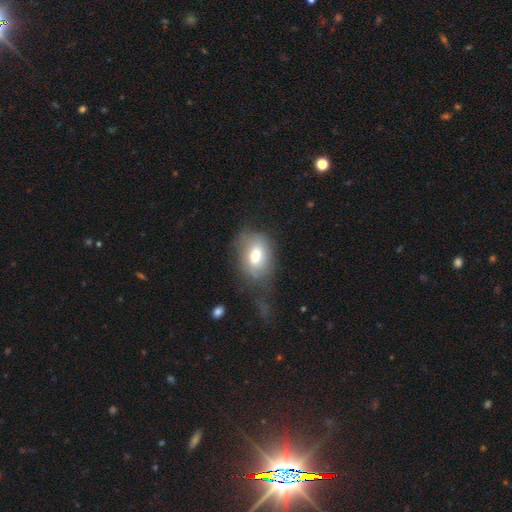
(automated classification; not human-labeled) A smooth galaxy with no disk features (74%) that is in between round and cigar-shaped (82%). Merging: none (48%).